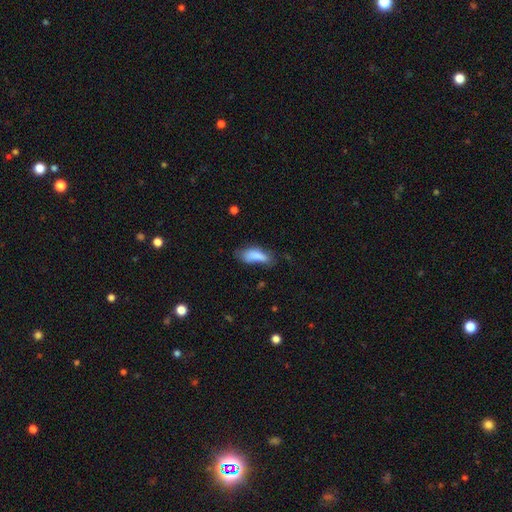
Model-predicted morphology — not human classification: smooth-or-featured: smooth: 80% | featured or disk: 11% | star or artifact: 9%
  how-rounded: in between: 76% | cigar-shaped: 22% | round: 2%
  merging: none: 37% | minor disturbance: 36% | major disturbance: 21% | merger: 6%